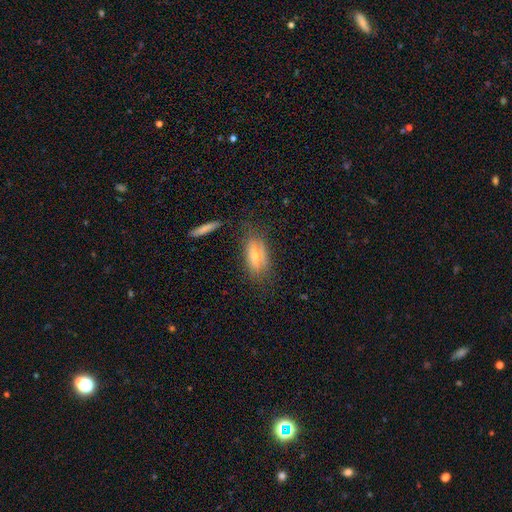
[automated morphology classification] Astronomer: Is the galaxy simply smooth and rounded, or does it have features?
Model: smooth — 51% (runner-up: featured or disk, 38%).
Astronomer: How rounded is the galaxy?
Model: in between — 77%.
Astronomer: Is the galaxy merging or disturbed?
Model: none — 70%.